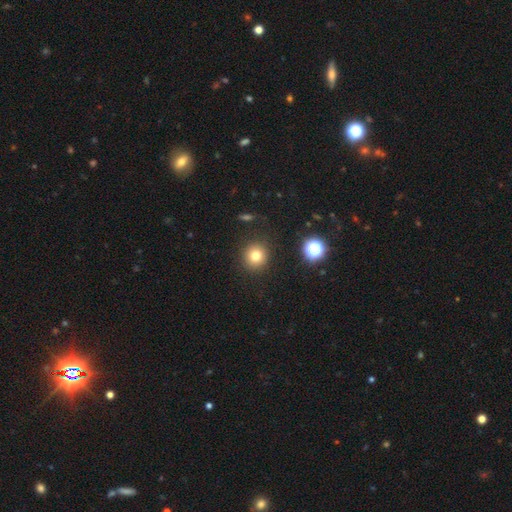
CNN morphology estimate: Smooth or featured?
  - smooth: 77% *
  - star or artifact: 14%
  - featured or disk: 8%
How rounded?
  - round: 90% *
  - in between: 9%
  - cigar-shaped: 1%
Merging?
  - none: 90% *
  - minor disturbance: 6%
  - major disturbance: 3%
  - merger: 2%